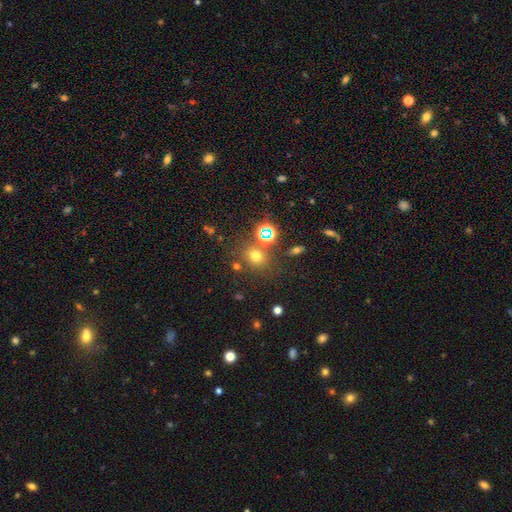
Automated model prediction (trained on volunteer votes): Morphology: type=smooth (64%); roundness=round (75%); merging=none (72%).